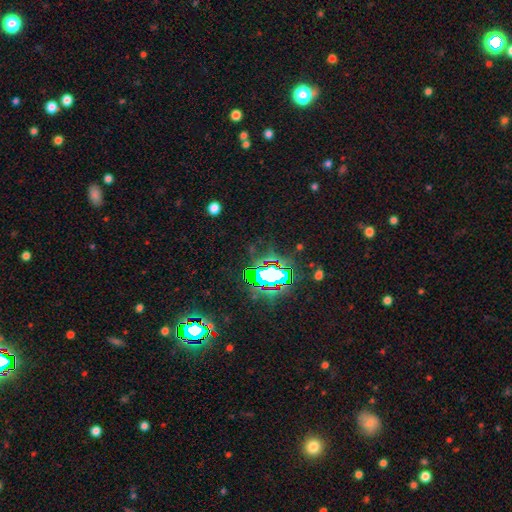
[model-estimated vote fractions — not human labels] Smooth or featured: star or artifact — 82% (smooth — 10%)